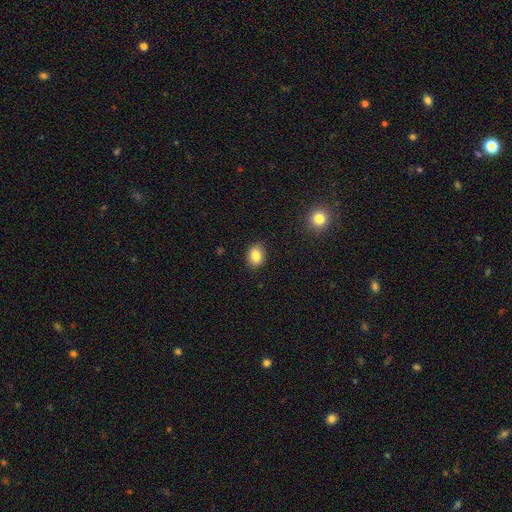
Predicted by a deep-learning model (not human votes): A smooth galaxy with no disk features (84%) that is in between round and cigar-shaped (61%). Merging: none (86%).